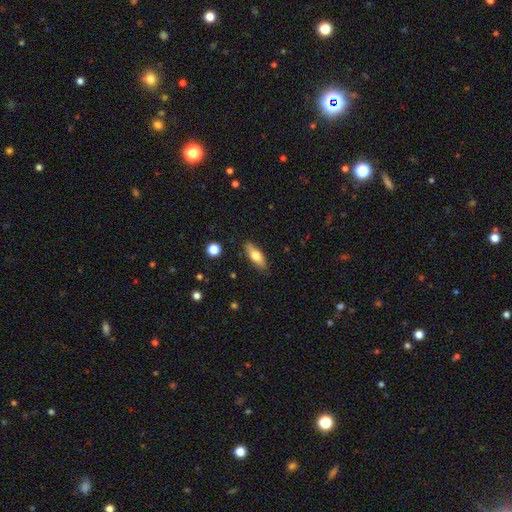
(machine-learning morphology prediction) Smooth or featured: smooth — 68% (featured or disk — 25%)
How rounded: in between — 63% (cigar-shaped — 34%)
Merging: none — 85% (minor disturbance — 11%)